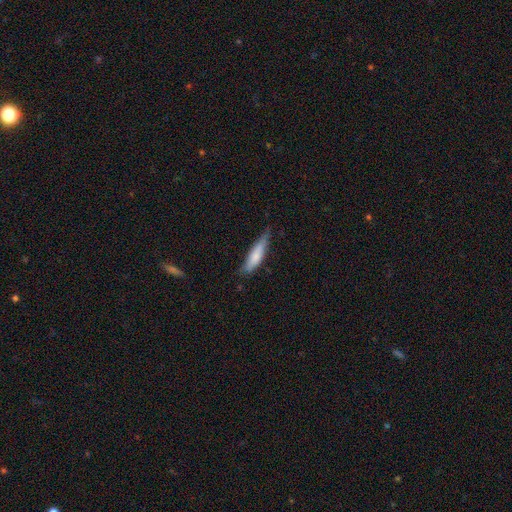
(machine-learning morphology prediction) Smooth or featured: smooth — 71% (featured or disk — 23%)
How rounded: cigar-shaped — 72% (in between — 26%)
Merging: none — 60% (minor disturbance — 32%)